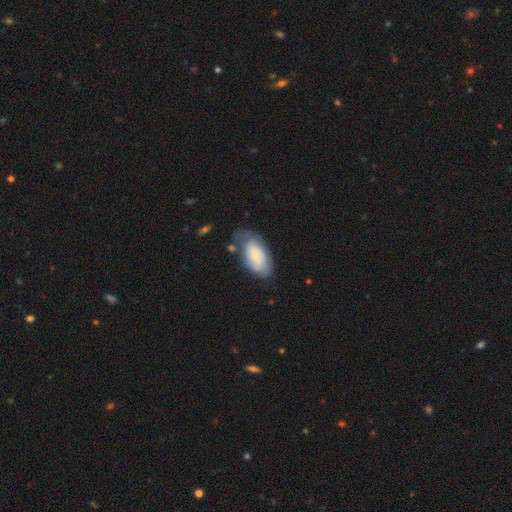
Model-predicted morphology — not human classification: smooth_or_featured: smooth (p=0.62) [alt: featured or disk p=0.32]
how_rounded: in between (p=0.94) [alt: round p=0.04]
merging: none (p=0.52) [alt: minor disturbance p=0.30]